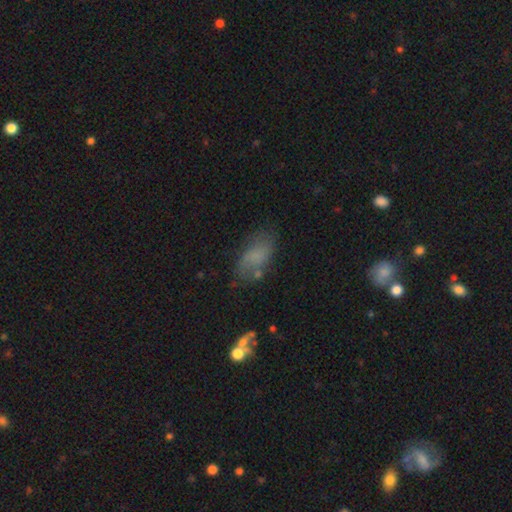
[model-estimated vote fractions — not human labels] This is likely a smooth galaxy (61%). How rounded: clearly in between (89%). Merging: possibly none (56%).